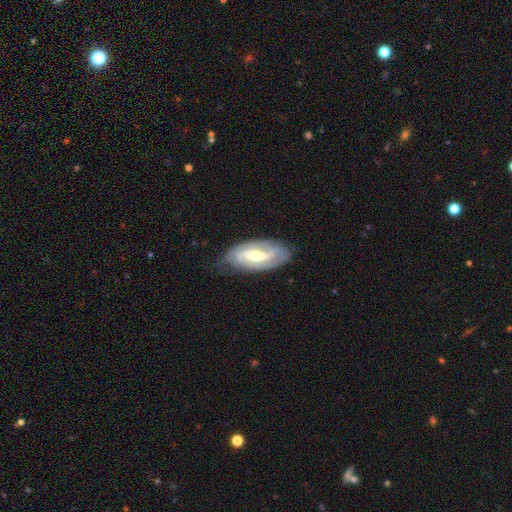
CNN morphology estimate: featured or disk 84%, smooth 12%, star or artifact 4%. Down the decision tree: edge-on disk — no (92%); bar — strong (43%); spiral arms — yes (91%); spiral arm count — 2 (74%); spiral winding — tight (46%); bulge size — moderate (65%); merging — none (79%).